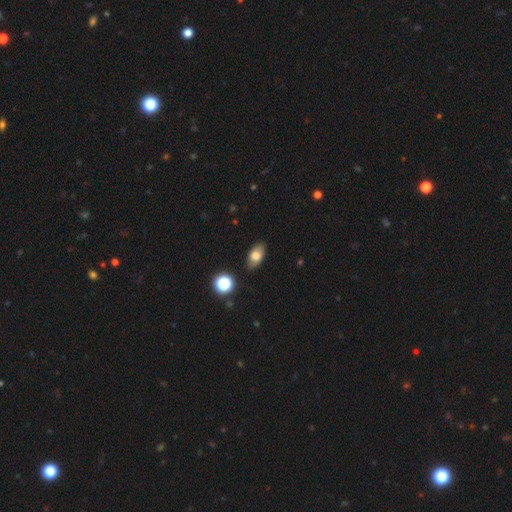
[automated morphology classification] smooth_or_featured: smooth (p=0.77) [alt: featured or disk p=0.14]
how_rounded: in between (p=0.89) [alt: round p=0.08]
merging: none (p=0.85) [alt: minor disturbance p=0.11]